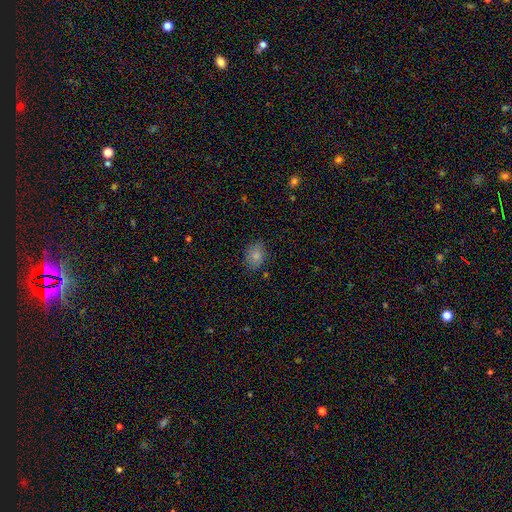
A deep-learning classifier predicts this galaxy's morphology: Q: Smooth or featured?
A: smooth (82%); runner-up: star or artifact (10%)
Q: How rounded?
A: in between (64%); runner-up: round (35%)
Q: Merging?
A: none (77%); runner-up: minor disturbance (17%)